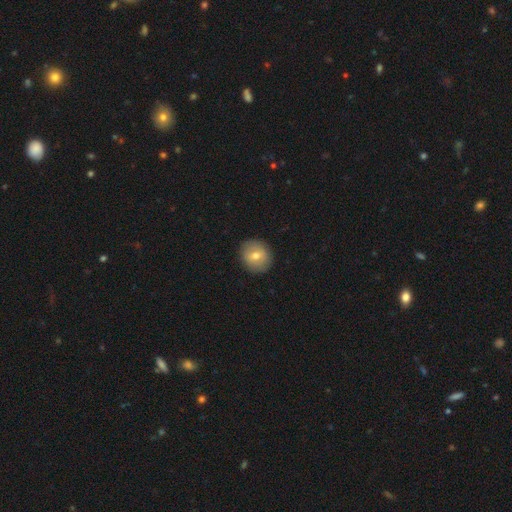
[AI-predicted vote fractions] This is likely a smooth galaxy (67%). How rounded: clearly round (80%). Merging: clearly none (90%).